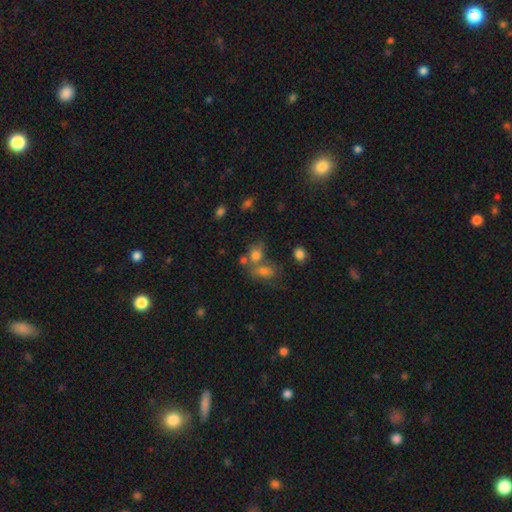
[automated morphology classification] A smooth galaxy with no disk features (72%) that is in between round and cigar-shaped (55%). Merging: merger (41%).